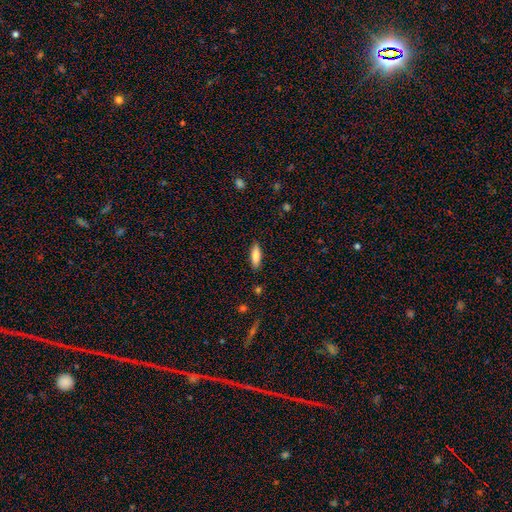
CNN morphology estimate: Smooth or featured? smooth (82%)
How rounded? in between (52%)
Merging? none (88%)